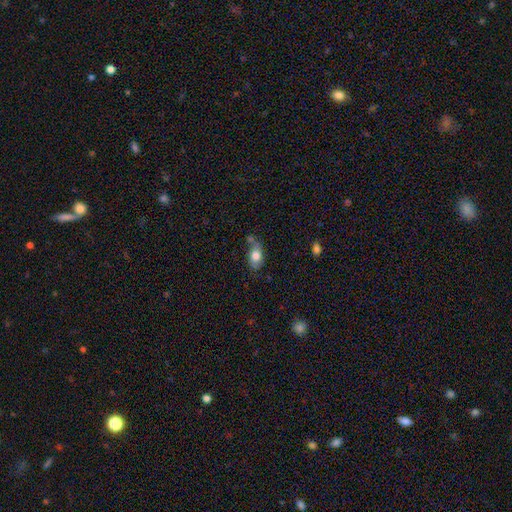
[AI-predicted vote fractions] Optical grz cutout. It shows a smooth galaxy with no disk features (78%) that is in between round and cigar-shaped (85%). Merging: none (54%).